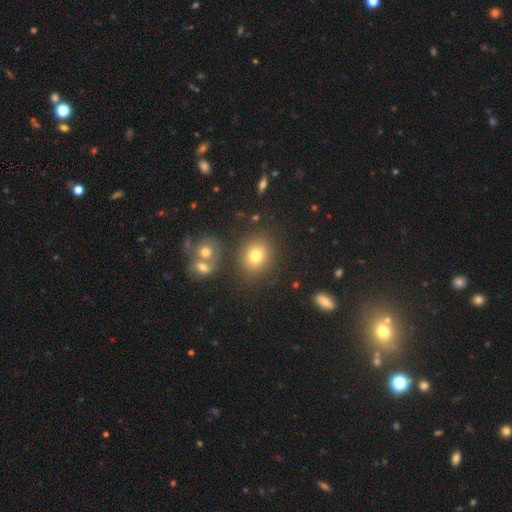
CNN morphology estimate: This is likely a smooth galaxy (76%). How rounded: likely round (64%). Merging: likely none (79%).